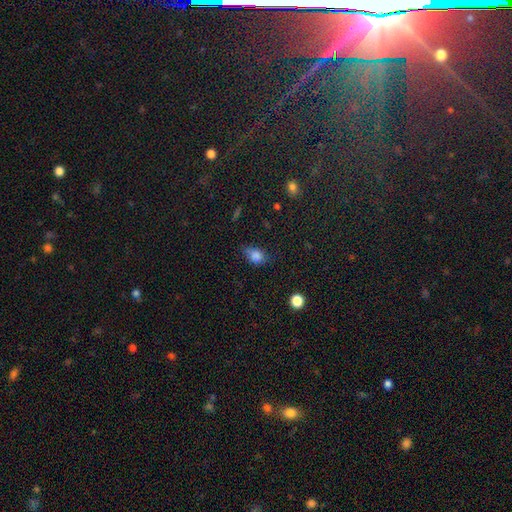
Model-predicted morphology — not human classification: A smooth galaxy with no disk features (80%) that is in between round and cigar-shaped (63%). Merging: none (55%).